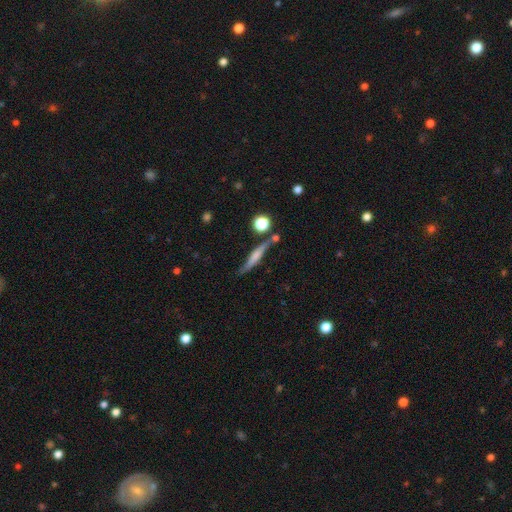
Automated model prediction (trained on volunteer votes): Smooth or featured: featured or disk — 53% (smooth — 39%)
Edge-on disk: yes — 88% (no — 12%)
Merging: none — 67% (minor disturbance — 18%)